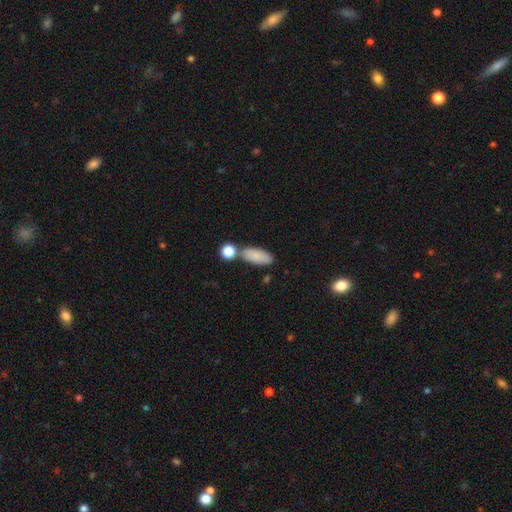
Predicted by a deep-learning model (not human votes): Smooth or featured? smooth (85%)
How rounded? in between (82%)
Merging? none (67%)